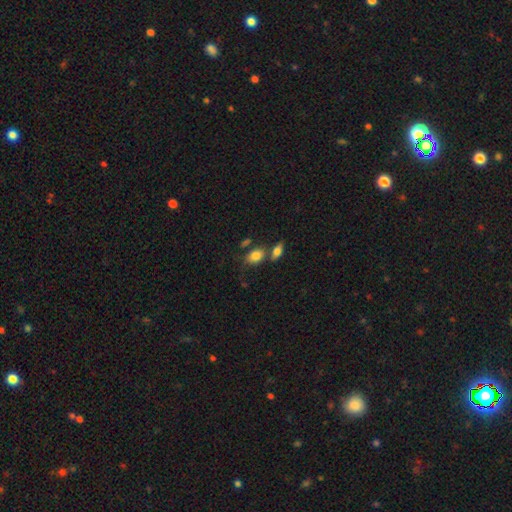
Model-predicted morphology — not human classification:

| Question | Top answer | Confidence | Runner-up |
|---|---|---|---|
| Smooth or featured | smooth | 80% | featured or disk (11%) |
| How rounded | in between | 76% | round (21%) |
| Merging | none | 55% | merger (23%) |